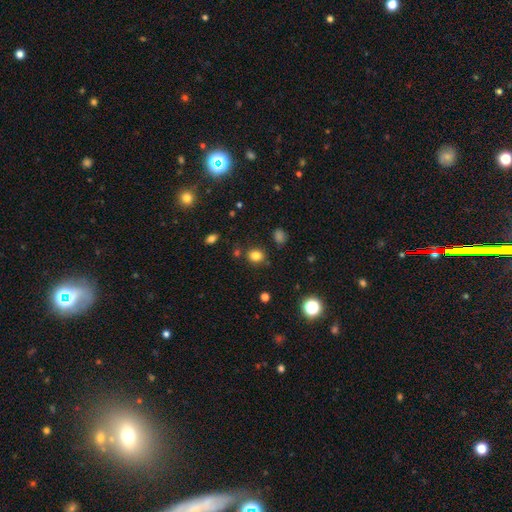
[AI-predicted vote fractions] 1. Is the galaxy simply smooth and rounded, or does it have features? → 80% smooth, 14% star or artifact, 6% featured or disk.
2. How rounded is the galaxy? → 63% round, 36% in between, 1% cigar-shaped.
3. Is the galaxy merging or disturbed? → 80% none, 12% minor disturbance, 4% merger, 3% major disturbance.